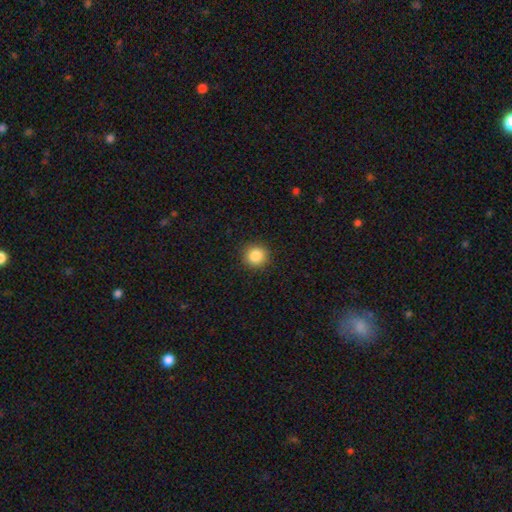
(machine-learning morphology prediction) The model was most divided on "smooth or featured": smooth: 85%, star or artifact: 10%, featured or disk: 4%. More confident: how rounded — round (92%); merging — none (92%).